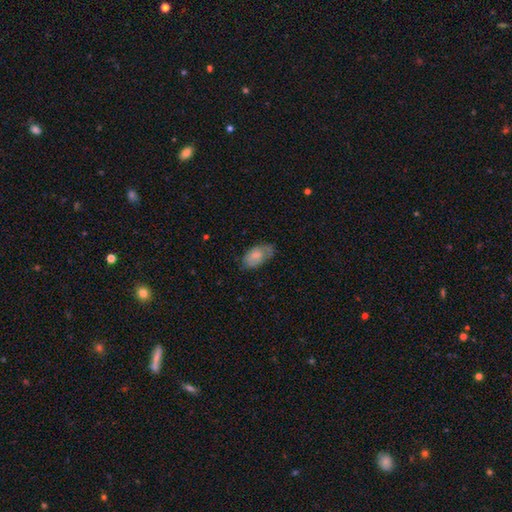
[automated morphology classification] smooth_or_featured: smooth (p=0.69) [alt: featured or disk p=0.24]
how_rounded: in between (p=0.93) [alt: round p=0.04]
merging: none (p=0.57) [alt: minor disturbance p=0.31]